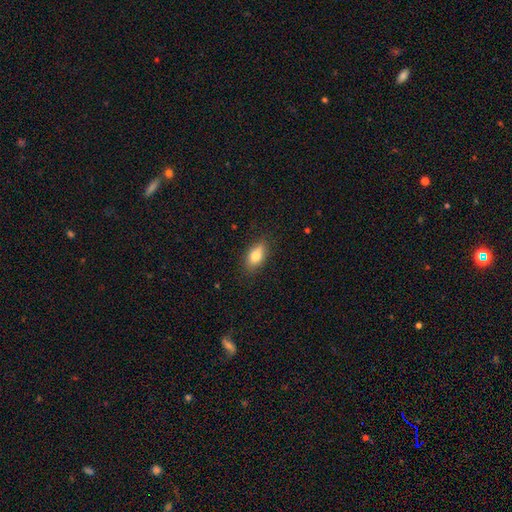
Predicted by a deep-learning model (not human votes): A smooth galaxy with no disk features (78%) that is in between round and cigar-shaped (86%).

Vote fractions:
- Smooth or featured? smooth: 78% / featured or disk: 13% / star or artifact: 8%
- How rounded? in between: 86% / round: 7% / cigar-shaped: 7%
- Merging? none: 79% / minor disturbance: 16% / major disturbance: 3% / merger: 1%